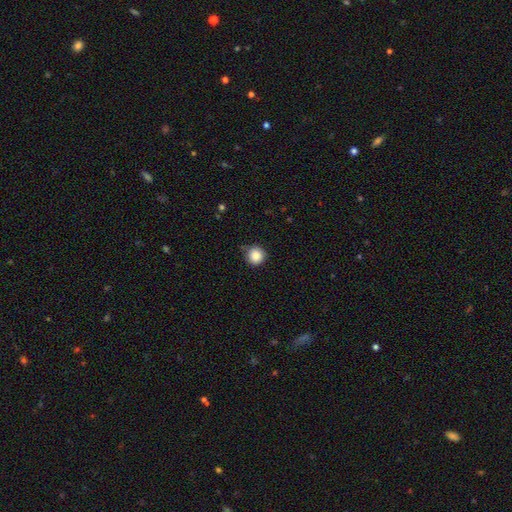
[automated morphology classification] Smooth or featured? Predicted: smooth (p=0.87). How rounded? Predicted: round (p=0.94). Merging? Predicted: none (p=0.77).